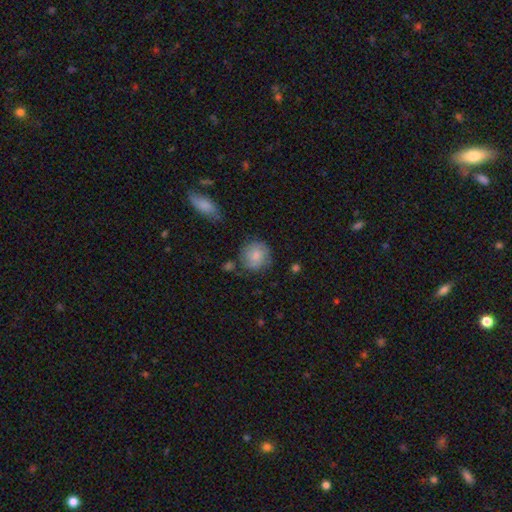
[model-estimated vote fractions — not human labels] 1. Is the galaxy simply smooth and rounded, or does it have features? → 72% smooth, 21% featured or disk, 7% star or artifact.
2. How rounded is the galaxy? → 88% round, 11% in between, 1% cigar-shaped.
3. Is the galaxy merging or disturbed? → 72% none, 18% minor disturbance, 6% major disturbance, 4% merger.